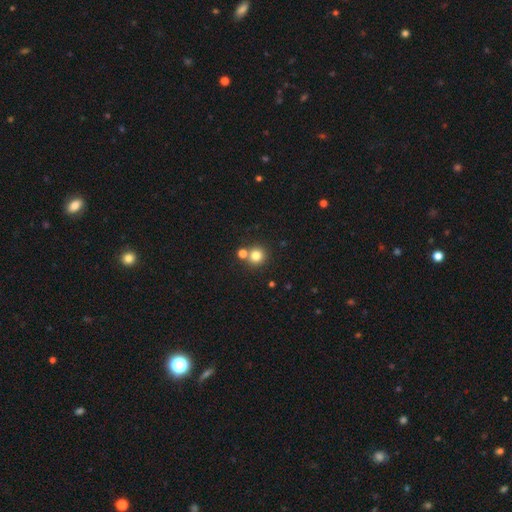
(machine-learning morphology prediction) Smooth or featured: smooth — 80% (star or artifact — 13%)
How rounded: round — 93% (in between — 6%)
Merging: none — 70% (merger — 21%)